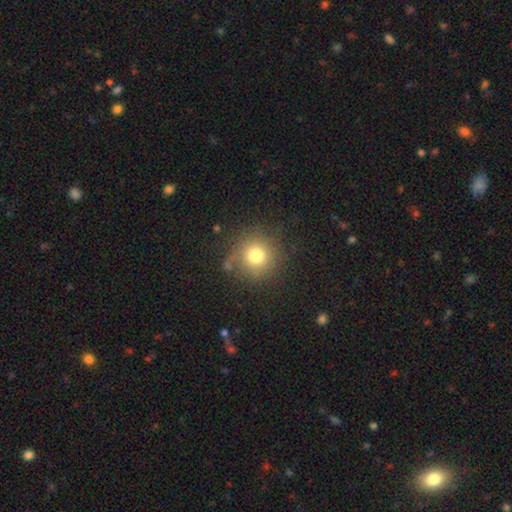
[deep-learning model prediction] This appears to be a smooth galaxy with no disk features (75%) that is round (93%). Merging: none (76%).